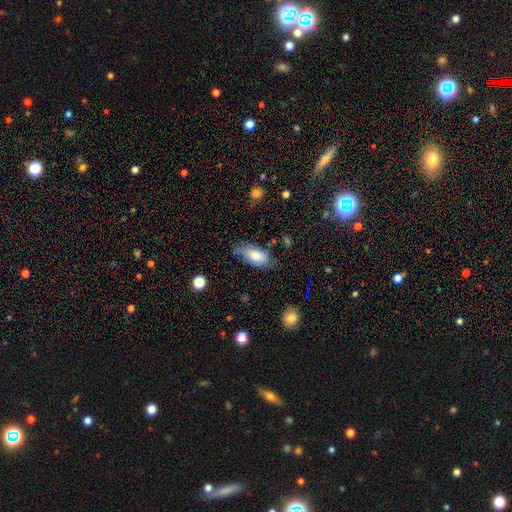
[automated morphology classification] smooth-or-featured: smooth: 76% | featured or disk: 16% | star or artifact: 7%
  how-rounded: in between: 90% | cigar-shaped: 7% | round: 2%
  merging: none: 60% | minor disturbance: 30% | major disturbance: 7% | merger: 3%